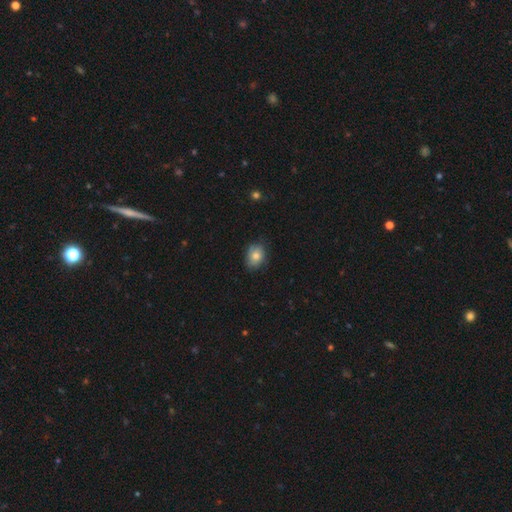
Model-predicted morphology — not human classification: Smooth or featured? smooth (76%)
How rounded? in between (59%)
Merging? none (73%)